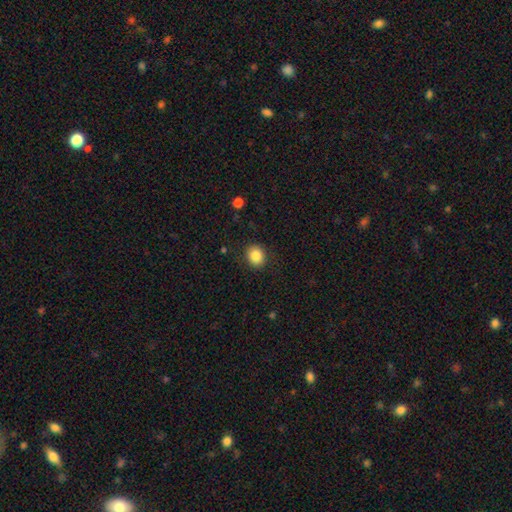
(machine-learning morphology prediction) smooth 86%, star or artifact 9%, featured or disk 5%. Down the decision tree: how rounded — round (72%); merging — none (89%).